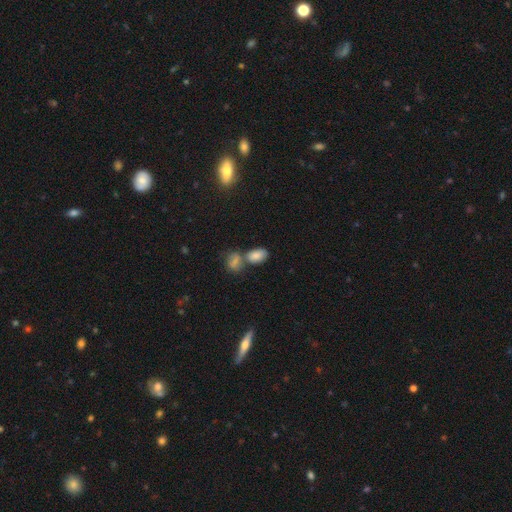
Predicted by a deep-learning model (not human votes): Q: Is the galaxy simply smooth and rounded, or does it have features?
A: smooth — 80%.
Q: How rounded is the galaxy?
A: in between — 88%.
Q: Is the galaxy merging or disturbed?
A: merger — 43%.